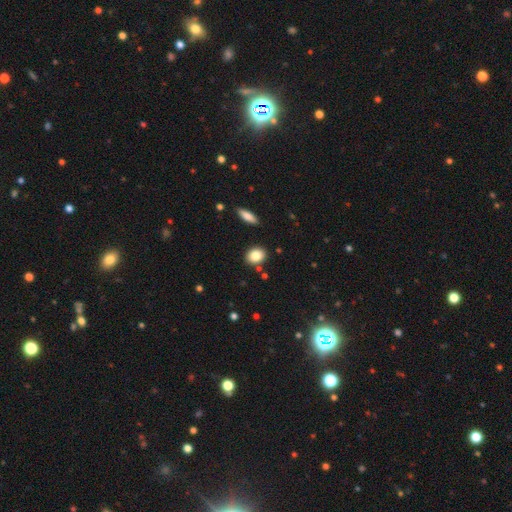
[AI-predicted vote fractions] A smooth galaxy with no disk features (84%) that is in between round and cigar-shaped (58%). Merging: none (84%).